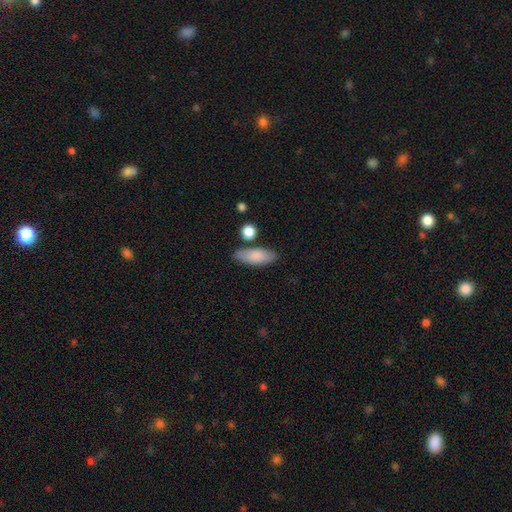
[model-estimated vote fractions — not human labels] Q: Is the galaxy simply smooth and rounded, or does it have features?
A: smooth — 83%.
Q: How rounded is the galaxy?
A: in between — 71%.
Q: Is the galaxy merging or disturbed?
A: none — 77%.